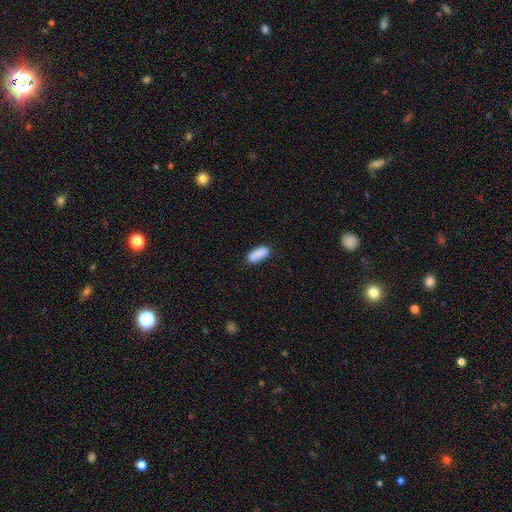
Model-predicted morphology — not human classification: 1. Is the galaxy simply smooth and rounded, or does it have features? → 86% smooth, 7% star or artifact, 7% featured or disk.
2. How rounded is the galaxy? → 75% in between, 23% cigar-shaped, 2% round.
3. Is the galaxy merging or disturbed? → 73% none, 18% minor disturbance, 5% merger, 4% major disturbance.